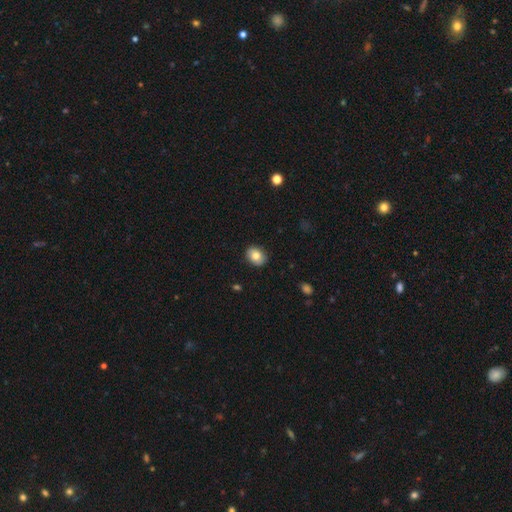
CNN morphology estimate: Q: Smooth or featured?
A: smooth (81%); runner-up: featured or disk (11%)
Q: How rounded?
A: in between (58%); runner-up: round (41%)
Q: Merging?
A: none (89%); runner-up: minor disturbance (8%)